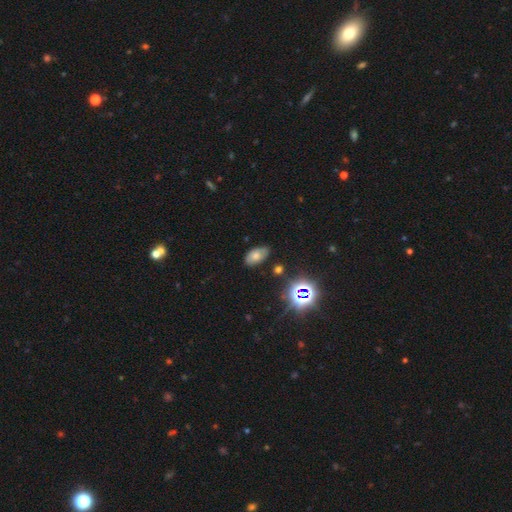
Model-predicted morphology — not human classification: Overall: smooth (61%; featured or disk 21%). How rounded: in between (92%). Merging: none (74%).